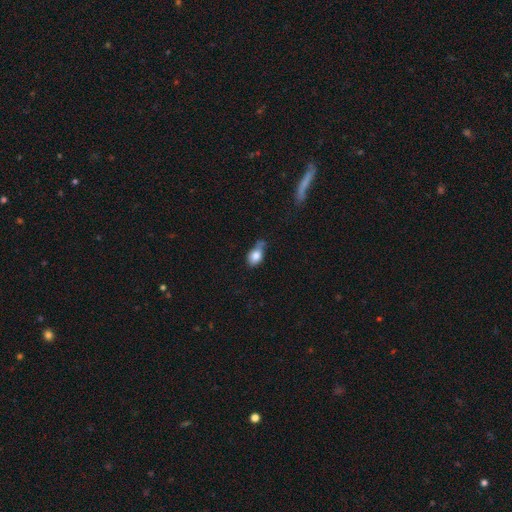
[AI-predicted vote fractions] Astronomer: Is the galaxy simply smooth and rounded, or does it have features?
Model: smooth — 80%.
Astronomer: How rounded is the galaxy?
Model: in between — 77%.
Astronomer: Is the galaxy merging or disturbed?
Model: minor disturbance — 41% (runner-up: none, 34%).